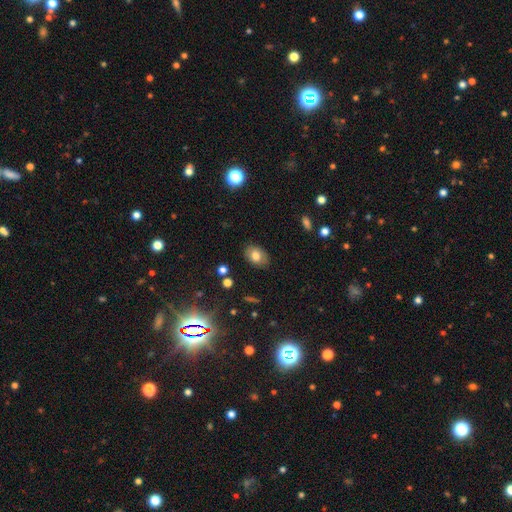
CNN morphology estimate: smooth-or-featured: smooth: 76% | featured or disk: 15% | star or artifact: 9%
  how-rounded: in between: 80% | round: 19% | cigar-shaped: 1%
  merging: none: 84% | minor disturbance: 12% | major disturbance: 3% | merger: 1%